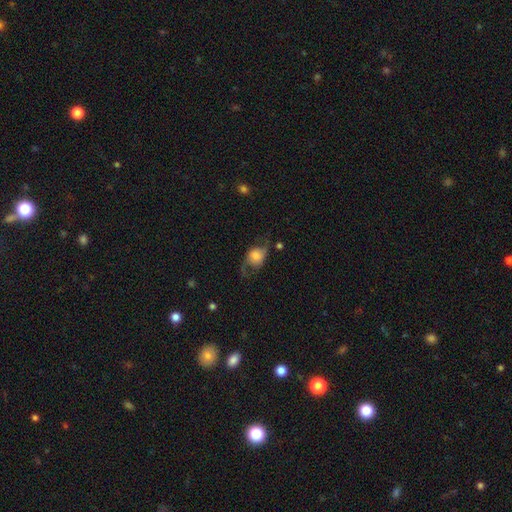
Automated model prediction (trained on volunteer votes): featured or disk 46%, smooth 45%, star or artifact 9%. Down the decision tree: merging — none (48%).